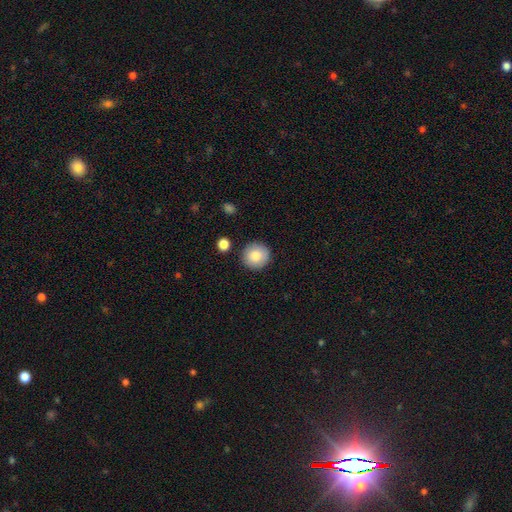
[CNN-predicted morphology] smooth-or-featured: smooth: 85% | featured or disk: 8% | star or artifact: 7%
  how-rounded: round: 94% | in between: 5% | cigar-shaped: 1%
  merging: none: 88% | minor disturbance: 7% | merger: 2% | major disturbance: 2%